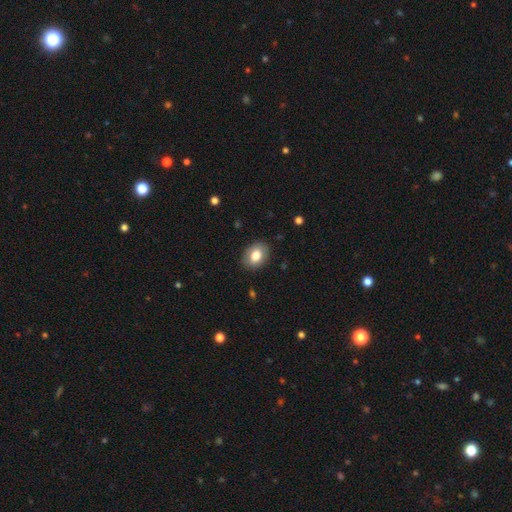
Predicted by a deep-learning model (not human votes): Smooth or featured? smooth (81%)
How rounded? in between (74%)
Merging? none (87%)